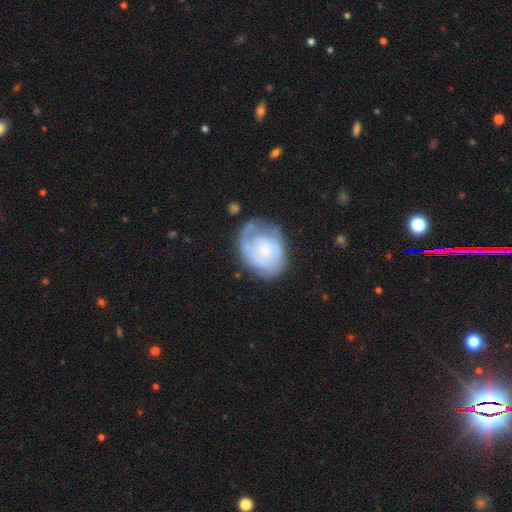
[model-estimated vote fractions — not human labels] smooth_or_featured: featured or disk (p=0.65) [alt: smooth p=0.29]
disk_edge_on: no (p=0.98) [alt: yes p=0.02]
bar: no (p=0.78) [alt: weak p=0.19]
has_spiral_arms: yes (p=0.67) [alt: no p=0.33]
bulge_size: small (p=0.45) [alt: moderate p=0.30]
merging: none (p=0.50) [alt: minor disturbance p=0.27]